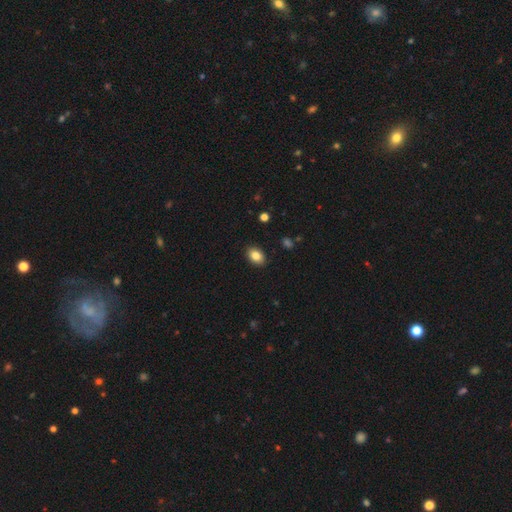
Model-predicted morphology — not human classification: A smooth galaxy with no disk features (85%) that is in between round and cigar-shaped (82%). Merging: none (89%).